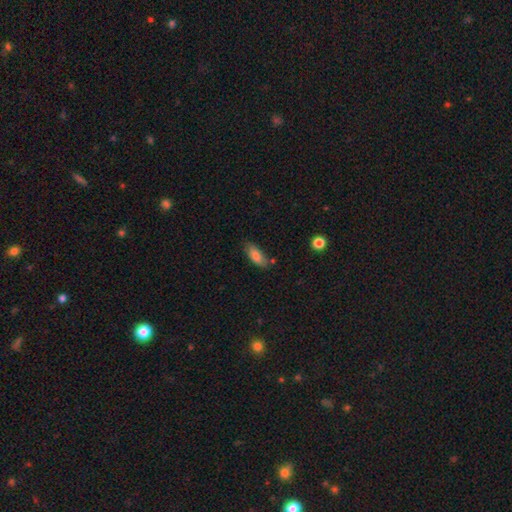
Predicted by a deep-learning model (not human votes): Overall: smooth (83%). How rounded: in between (75%). Merging: none (70%).